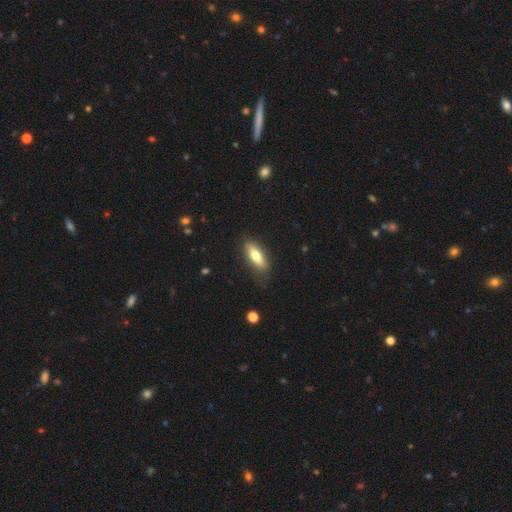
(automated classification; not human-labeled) The model was most divided on "how rounded": in between: 53%, cigar-shaped: 45%, round: 2%. More confident: merging — none (83%); smooth or featured — smooth (65%).